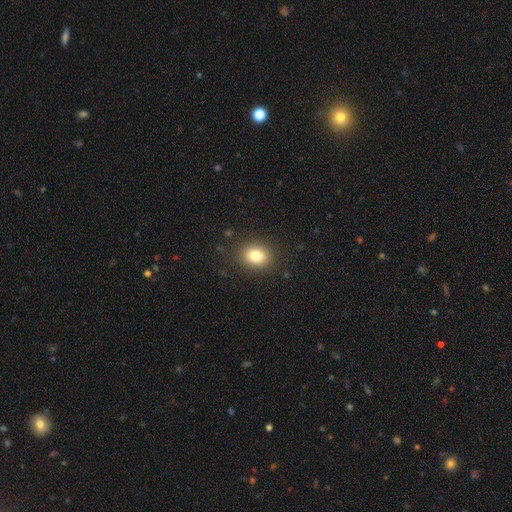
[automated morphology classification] Smooth or featured: smooth — 79% (star or artifact — 12%)
How rounded: round — 60% (in between — 40%)
Merging: none — 87% (minor disturbance — 8%)